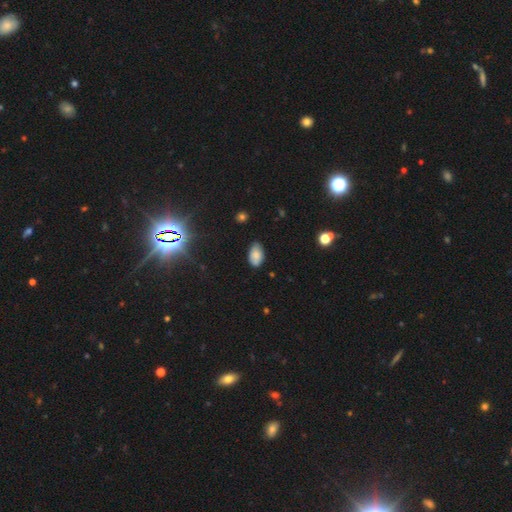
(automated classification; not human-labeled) smooth_or_featured: smooth (p=0.78) [alt: featured or disk p=0.11]
how_rounded: in between (p=0.94) [alt: round p=0.05]
merging: none (p=0.75) [alt: minor disturbance p=0.20]